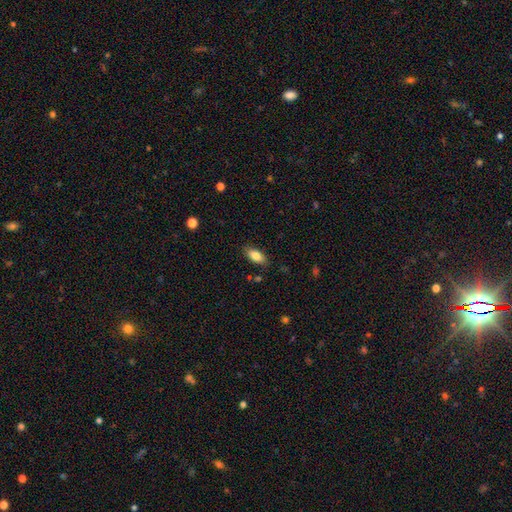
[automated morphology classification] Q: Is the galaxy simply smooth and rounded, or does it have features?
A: smooth — 82%.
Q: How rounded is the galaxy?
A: in between — 88%.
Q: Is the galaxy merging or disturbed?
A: none — 85%.